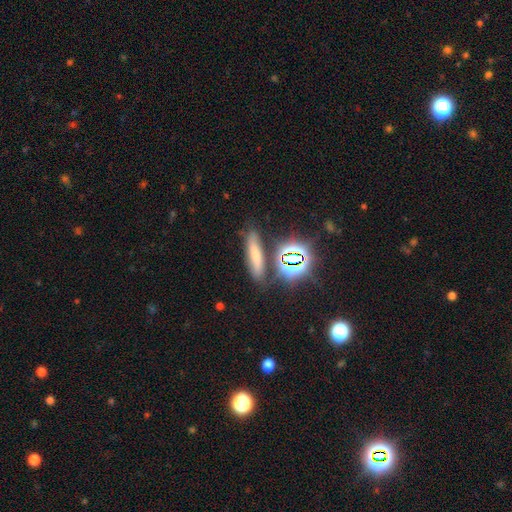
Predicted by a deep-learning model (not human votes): This is possibly a smooth galaxy (60%). How rounded: likely cigar-shaped (64%). Merging: likely none (76%).